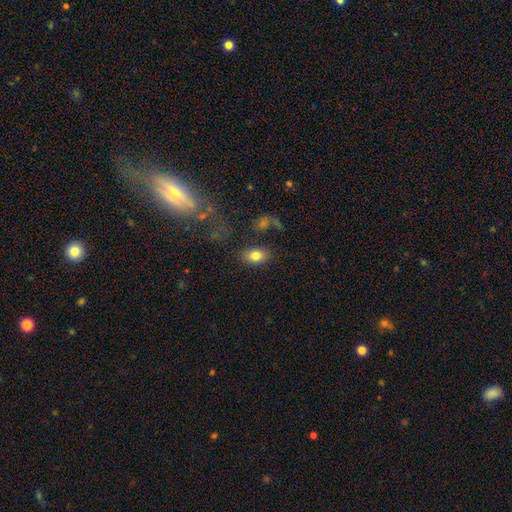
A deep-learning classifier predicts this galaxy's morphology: A smooth galaxy with no disk features (80%) that is in between round and cigar-shaped (86%).

Vote fractions:
- Smooth or featured? smooth: 80% / featured or disk: 11% / star or artifact: 9%
- How rounded? in between: 86% / round: 13% / cigar-shaped: 1%
- Merging? none: 81% / minor disturbance: 11% / major disturbance: 4% / merger: 4%